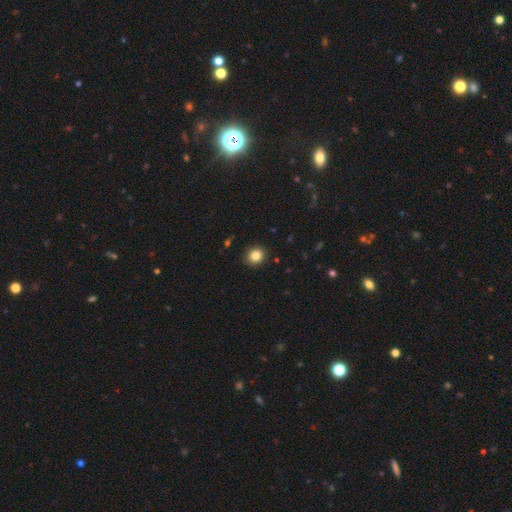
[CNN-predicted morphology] Smooth or featured? smooth (84%)
How rounded? round (82%)
Merging? none (90%)